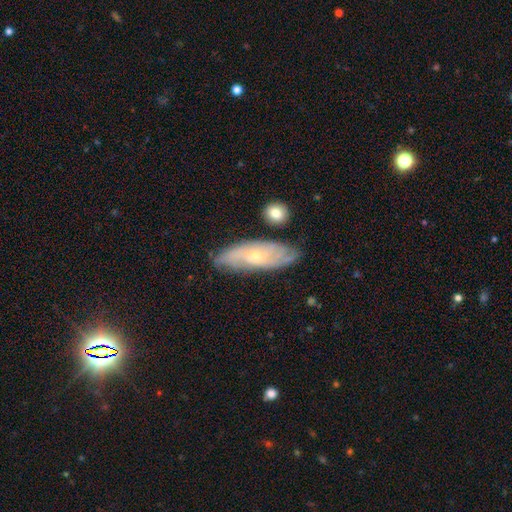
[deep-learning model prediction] Morphology: type=featured or disk (69%); edge-on=no (83%); bar=no (75%); spiral arms=yes (87%); bulge=small (75%); merging=none (73%).